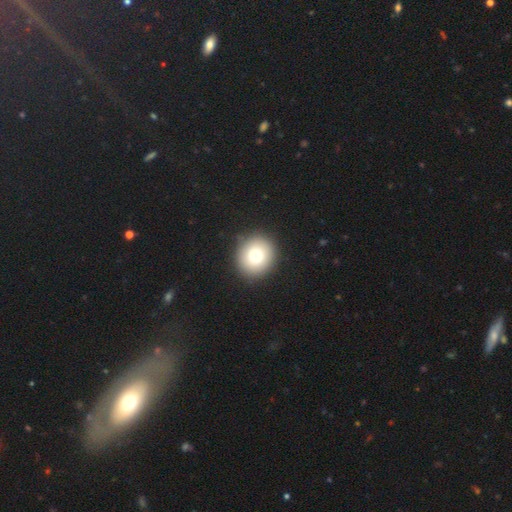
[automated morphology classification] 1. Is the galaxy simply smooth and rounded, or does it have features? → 75% smooth, 14% featured or disk, 11% star or artifact.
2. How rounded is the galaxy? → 84% round, 15% in between, 1% cigar-shaped.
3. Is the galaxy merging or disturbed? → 90% none, 6% minor disturbance, 2% major disturbance, 1% merger.